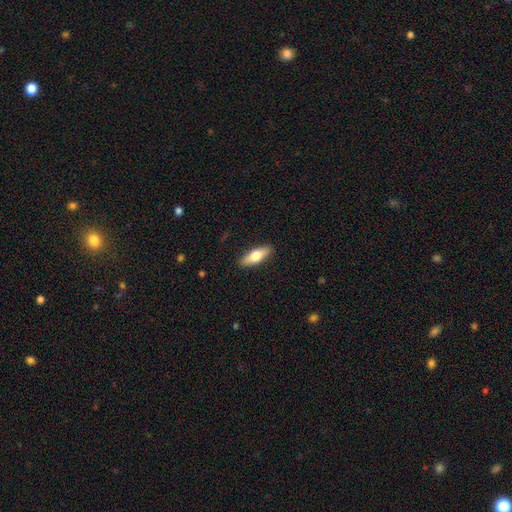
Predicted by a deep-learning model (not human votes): Overall: smooth (66%; featured or disk 29%). How rounded: in between (59%; cigar-shaped 39%). Merging: none (89%).